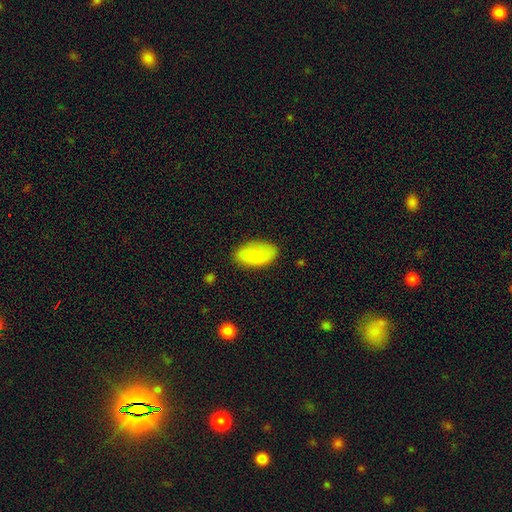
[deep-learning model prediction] smooth_or_featured: smooth (p=0.82) [alt: featured or disk p=0.12]
how_rounded: in between (p=0.93) [alt: cigar-shaped p=0.04]
merging: none (p=0.78) [alt: minor disturbance p=0.17]